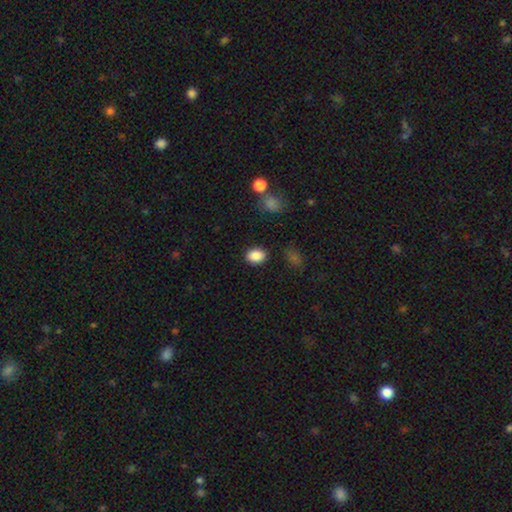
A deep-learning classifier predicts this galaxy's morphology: smooth 88%, star or artifact 8%, featured or disk 4%. Down the decision tree: how rounded — in between (63%); merging — none (87%).